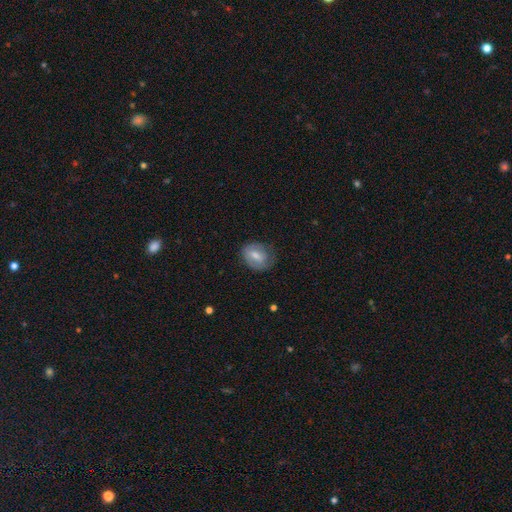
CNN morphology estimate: Smooth or featured?
  - smooth: 58% *
  - featured or disk: 34%
  - star or artifact: 7%
How rounded?
  - in between: 60% *
  - round: 38%
  - cigar-shaped: 2%
Merging?
  - none: 67% *
  - minor disturbance: 24%
  - major disturbance: 8%
  - merger: 1%